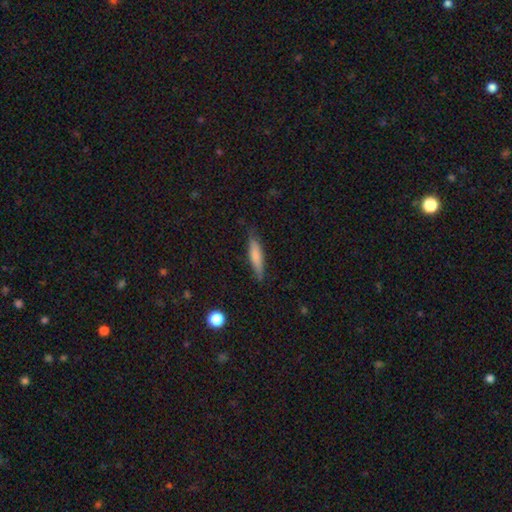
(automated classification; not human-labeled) smooth-or-featured: smooth: 75% | featured or disk: 19% | star or artifact: 7%
  how-rounded: cigar-shaped: 79% | in between: 19% | round: 2%
  merging: none: 76% | minor disturbance: 19% | major disturbance: 4% | merger: 1%